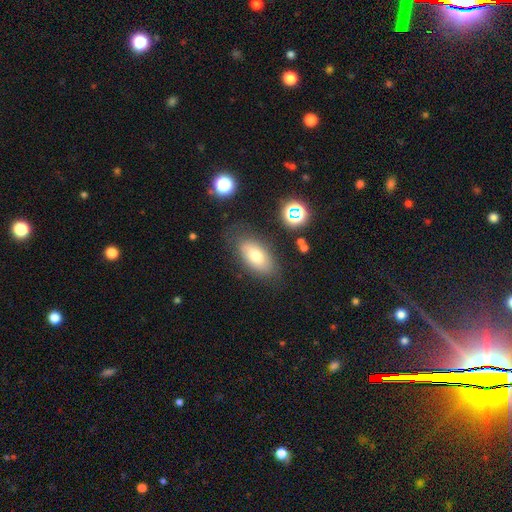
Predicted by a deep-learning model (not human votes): The model was most divided on "smooth or featured": smooth: 71%, featured or disk: 19%, star or artifact: 10%. More confident: how rounded — in between (91%); merging — none (75%).